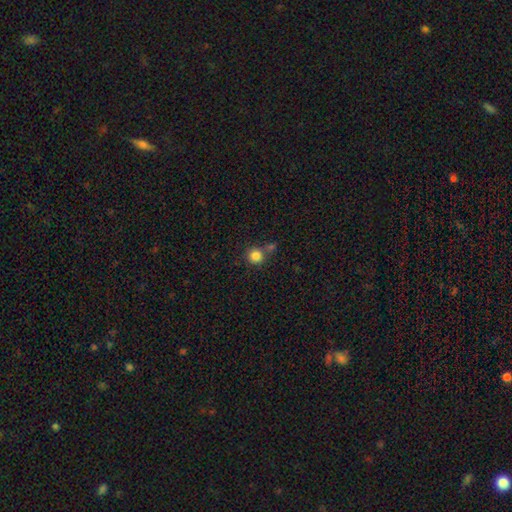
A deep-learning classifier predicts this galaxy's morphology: Overall: smooth (84%). How rounded: round (93%). Merging: none (68%).